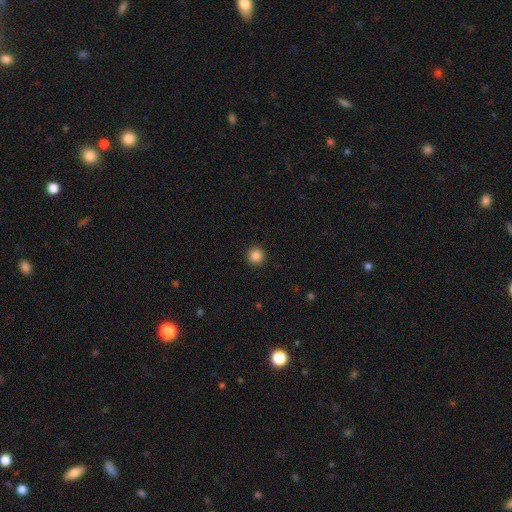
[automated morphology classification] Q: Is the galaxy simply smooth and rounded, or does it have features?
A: smooth — 86%.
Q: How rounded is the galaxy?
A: round — 96%.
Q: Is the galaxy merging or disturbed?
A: none — 93%.